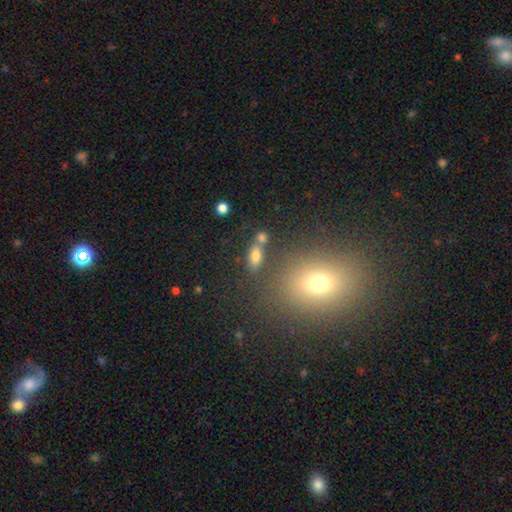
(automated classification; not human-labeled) This is likely a smooth galaxy (75%). How rounded: likely in between (79%). Merging: possibly none (58%).